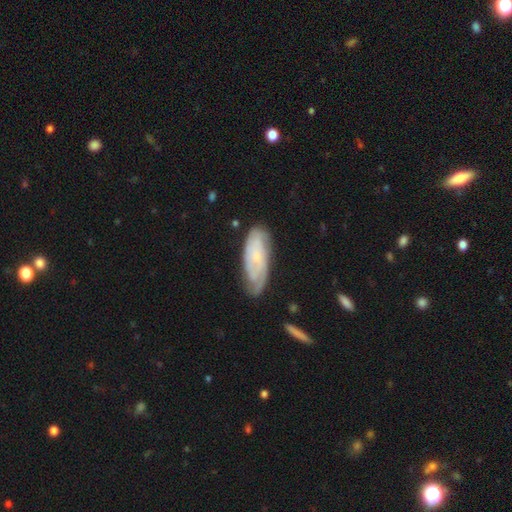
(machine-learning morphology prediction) featured or disk 57%, smooth 36%, star or artifact 7%. Down the decision tree: edge-on disk — no (89%); bar — no (71%); spiral arms — yes (87%); bulge size — small (59%); merging — none (64%).